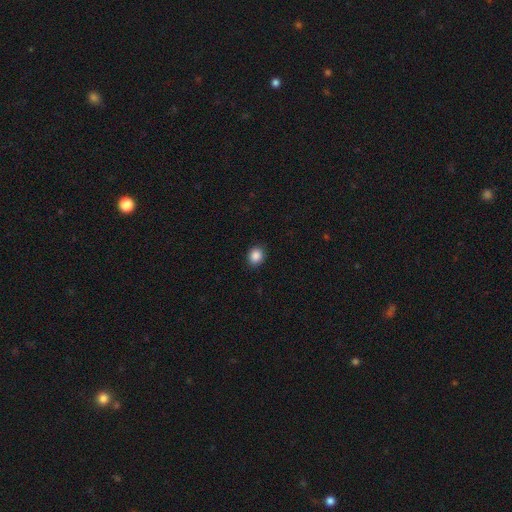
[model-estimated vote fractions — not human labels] This appears to be a smooth galaxy with no disk features (87%) that is round (66%). Merging: none (90%).